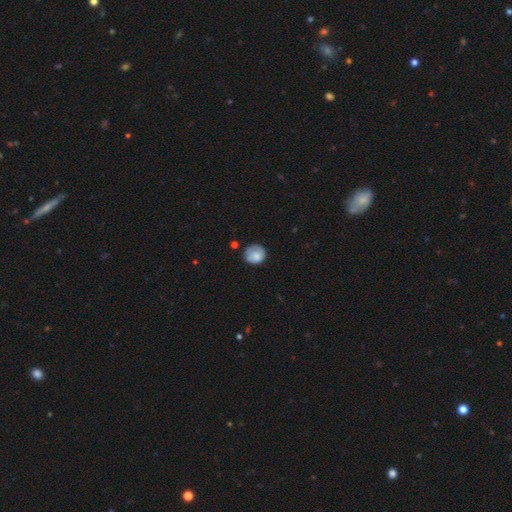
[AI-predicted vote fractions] Smooth or featured: smooth — 76% (featured or disk — 17%)
How rounded: round — 82% (in between — 17%)
Merging: none — 61% (minor disturbance — 27%)